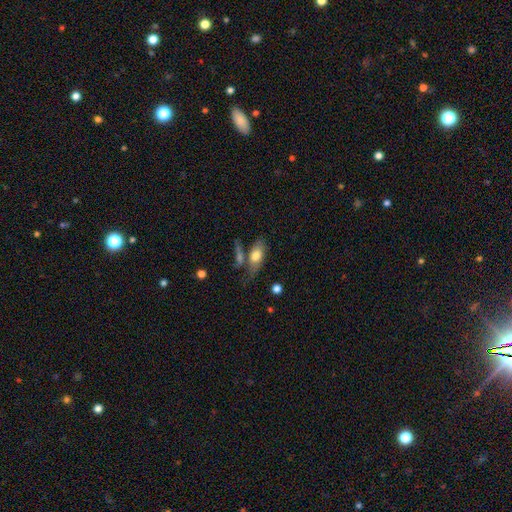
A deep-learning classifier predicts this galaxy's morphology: Q: Smooth or featured?
A: smooth (69%); runner-up: featured or disk (24%)
Q: How rounded?
A: in between (82%); runner-up: cigar-shaped (13%)
Q: Merging?
A: none (48%); runner-up: merger (21%)